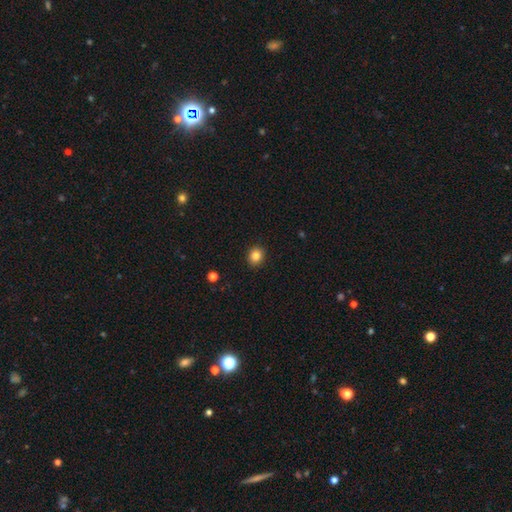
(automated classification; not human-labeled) Q: Smooth or featured?
A: smooth (85%); runner-up: star or artifact (10%)
Q: How rounded?
A: round (76%); runner-up: in between (24%)
Q: Merging?
A: none (92%); runner-up: minor disturbance (6%)